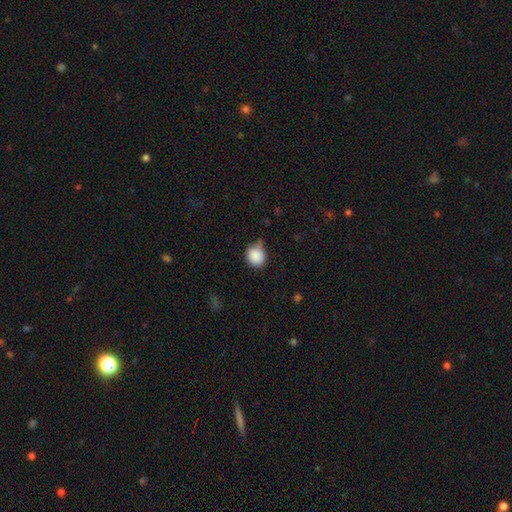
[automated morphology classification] A smooth galaxy with no disk features (87%) that is round (77%). Merging: none (53%).